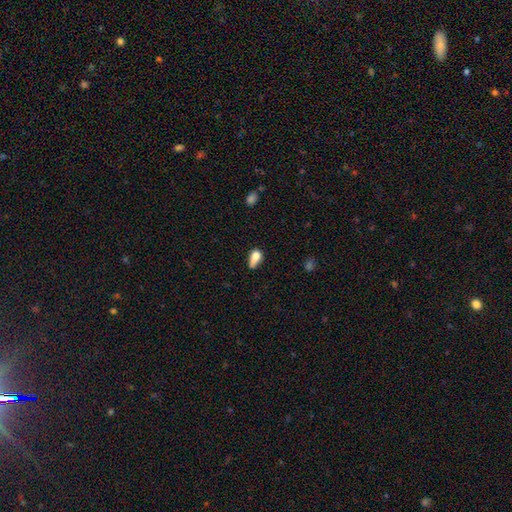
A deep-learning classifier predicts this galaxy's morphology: Smooth or featured? Predicted: smooth (p=0.74). How rounded? Predicted: in between (p=0.77). Merging? Predicted: minor disturbance (p=0.34).